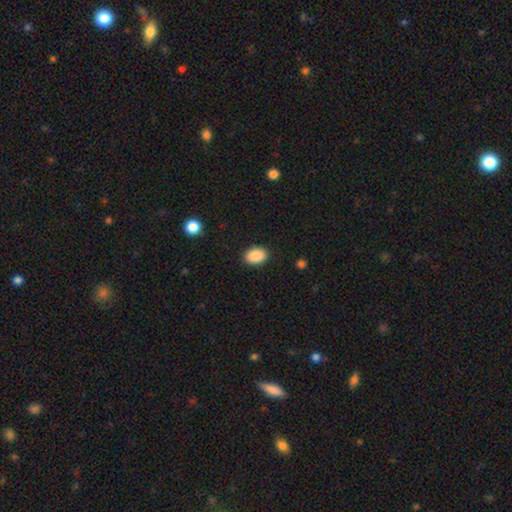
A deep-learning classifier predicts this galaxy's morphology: Smooth or featured? smooth (90%)
How rounded? in between (79%)
Merging? none (89%)